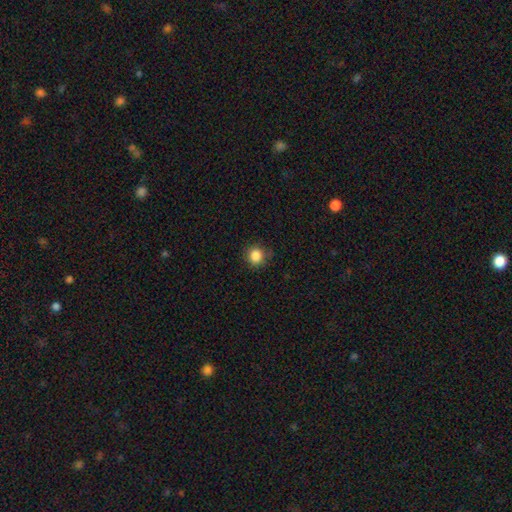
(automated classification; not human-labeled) The model was most divided on "merging": none: 83%, minor disturbance: 12%, major disturbance: 3%, merger: 1%. More confident: how rounded — round (89%); smooth or featured — smooth (86%).